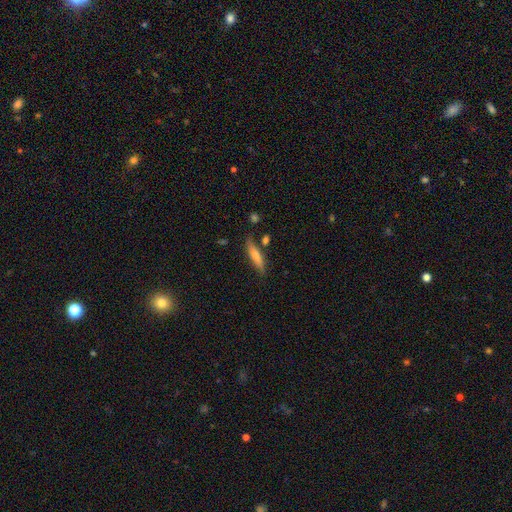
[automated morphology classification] type=smooth (69%); roundness=cigar-shaped (76%); merging=none (72%).